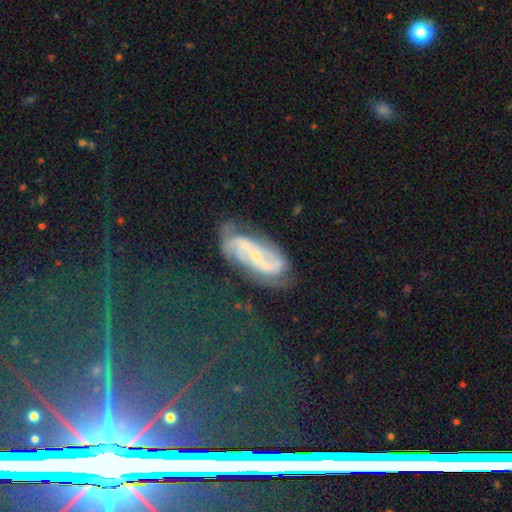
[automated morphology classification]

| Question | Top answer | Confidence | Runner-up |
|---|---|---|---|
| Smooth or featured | featured or disk | 83% | smooth (10%) |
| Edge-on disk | no | 93% | yes (7%) |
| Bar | no | 38% | weak (34%) |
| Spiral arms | yes | 94% | no (6%) |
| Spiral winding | medium | 44% | tight (36%) |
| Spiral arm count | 2 | 81% | can't tell (10%) |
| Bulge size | small | 71% | moderate (24%) |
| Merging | none | 67% | minor disturbance (21%) |